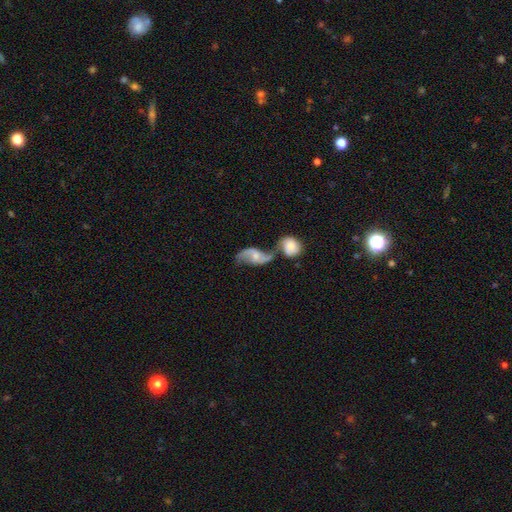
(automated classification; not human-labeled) This appears to be a featured or disk galaxy (77%) with no bar (51%), 2 (90%) loose (76%) spiral arms (91%) and a small central bulge (45%). Merging: merger (45%).